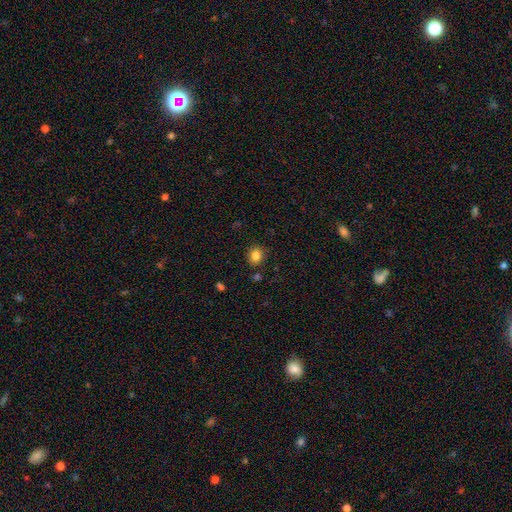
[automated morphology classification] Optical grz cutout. It shows a smooth galaxy with no disk features (84%) that is round (70%). Merging: none (85%).